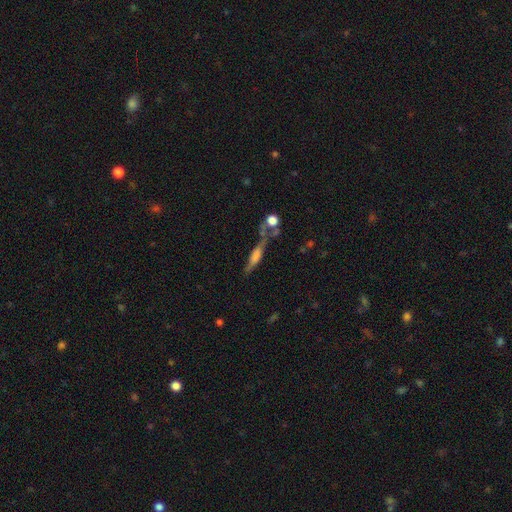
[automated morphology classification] Smooth or featured? Predicted: featured or disk (p=0.50). Merging? Predicted: none (p=0.49).